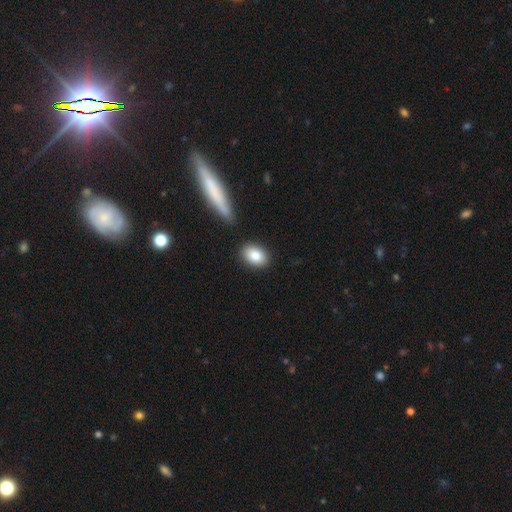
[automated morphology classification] smooth_or_featured: smooth (p=0.85) [alt: featured or disk p=0.08]
how_rounded: in between (p=0.76) [alt: round p=0.22]
merging: none (p=0.85) [alt: minor disturbance p=0.09]